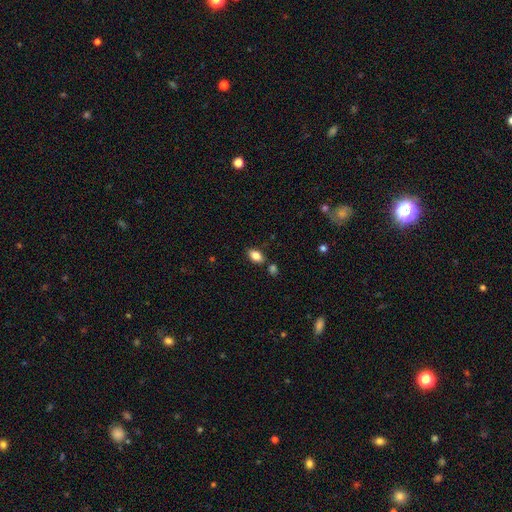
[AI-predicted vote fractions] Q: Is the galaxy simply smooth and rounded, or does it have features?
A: smooth — 83%.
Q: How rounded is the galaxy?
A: in between — 90%.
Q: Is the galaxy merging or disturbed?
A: none — 79%.